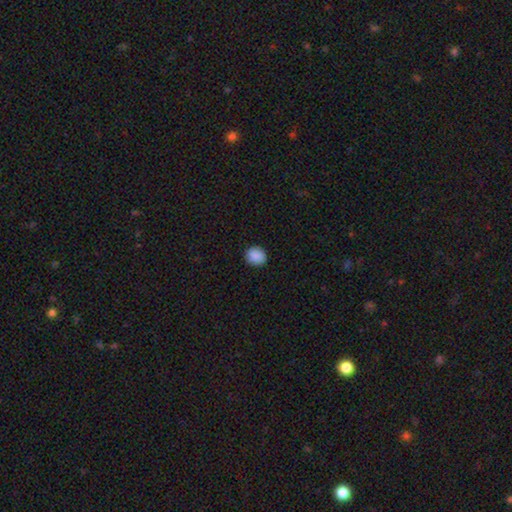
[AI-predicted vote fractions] A smooth galaxy with no disk features (89%) that is round (78%). Merging: none (90%).